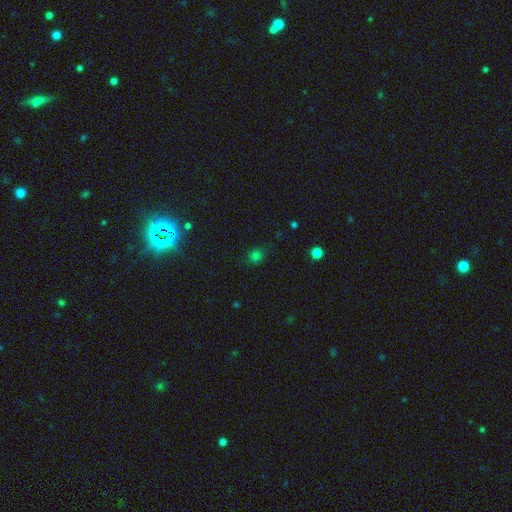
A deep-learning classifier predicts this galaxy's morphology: Overall: smooth (74%). How rounded: round (82%). Merging: none (79%).